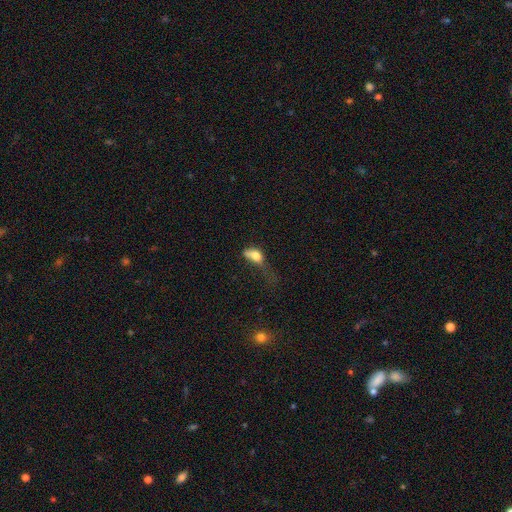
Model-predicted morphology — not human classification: smooth_or_featured: smooth (p=0.70) [alt: featured or disk p=0.19]
how_rounded: in between (p=0.77) [alt: round p=0.15]
merging: major disturbance (p=0.55) [alt: minor disturbance p=0.24]